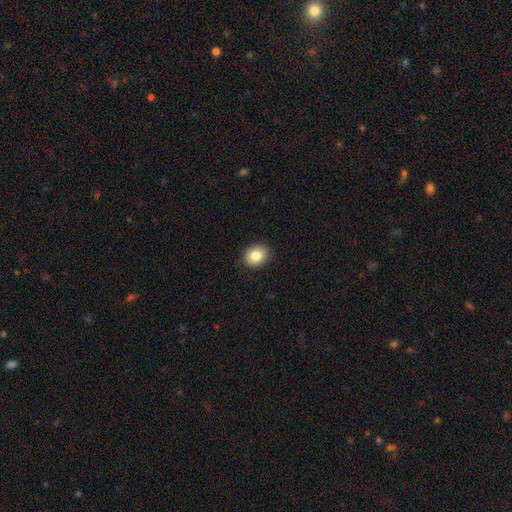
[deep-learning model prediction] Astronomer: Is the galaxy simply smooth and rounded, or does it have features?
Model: smooth — 83%.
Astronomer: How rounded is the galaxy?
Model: round — 64%.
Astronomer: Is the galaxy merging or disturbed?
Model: none — 90%.